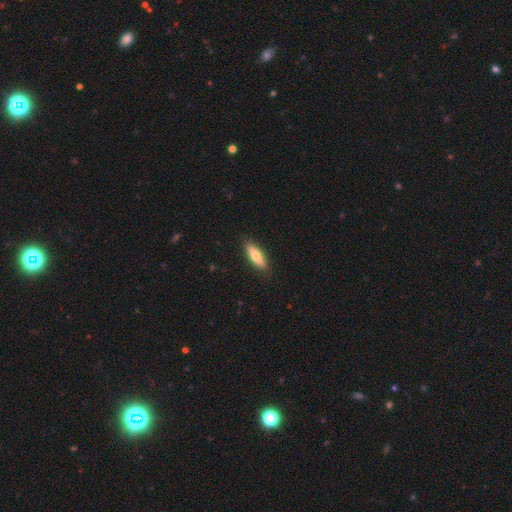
Smooth or featured: smooth — 79% (featured or disk — 13%)
How rounded: cigar-shaped — 53% (in between — 47%)
Merging: none — 94% (minor disturbance — 6%)